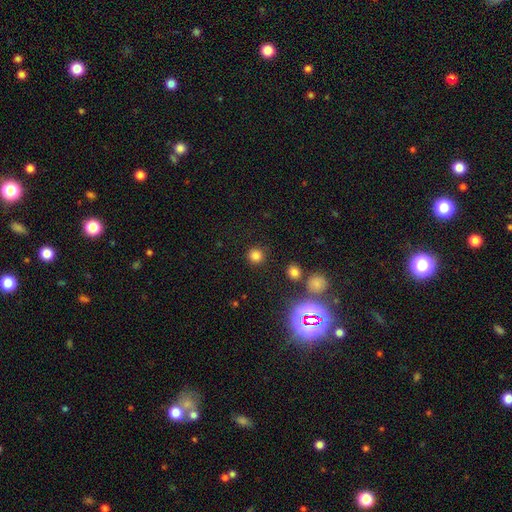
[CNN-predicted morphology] Smooth or featured? Predicted: smooth (p=0.80). How rounded? Predicted: round (p=0.93). Merging? Predicted: none (p=0.89).